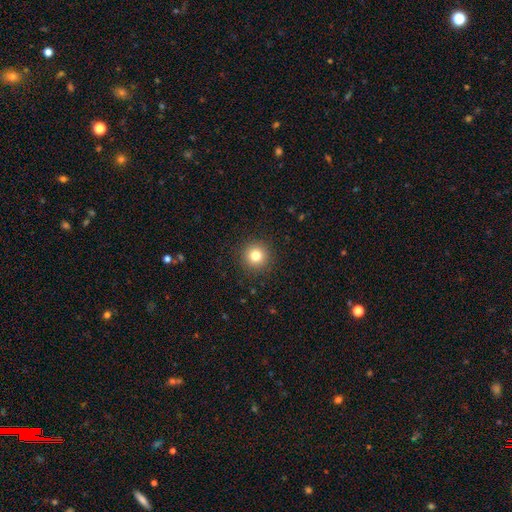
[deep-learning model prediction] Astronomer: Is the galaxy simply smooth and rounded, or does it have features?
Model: smooth — 80%.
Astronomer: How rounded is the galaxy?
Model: round — 95%.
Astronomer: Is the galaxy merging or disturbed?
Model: none — 92%.